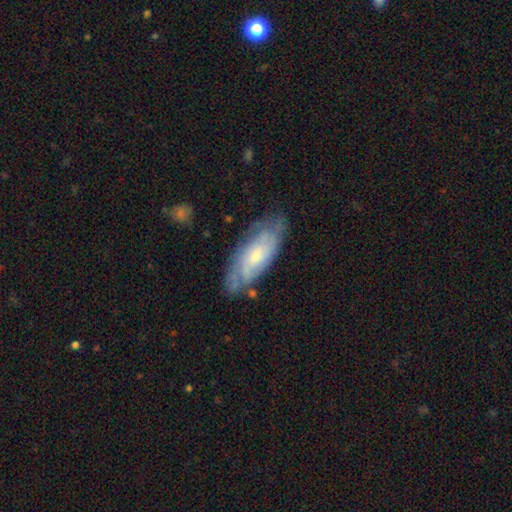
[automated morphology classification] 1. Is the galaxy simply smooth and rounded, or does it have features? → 62% featured or disk, 32% smooth, 6% star or artifact.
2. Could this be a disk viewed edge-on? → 85% no, 15% yes.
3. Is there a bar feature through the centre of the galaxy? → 68% no, 27% weak, 5% strong.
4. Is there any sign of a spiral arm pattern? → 80% yes, 20% no.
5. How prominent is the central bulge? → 52% small, 41% moderate, 3% large, 3% none, 1% dominant.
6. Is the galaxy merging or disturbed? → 67% none, 24% minor disturbance, 7% major disturbance, 2% merger.